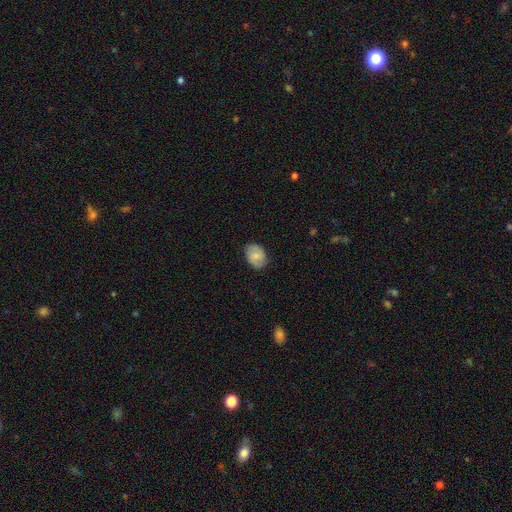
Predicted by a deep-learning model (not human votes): smooth 73%, featured or disk 20%, star or artifact 7%. Down the decision tree: how rounded — in between (72%); merging — none (83%).